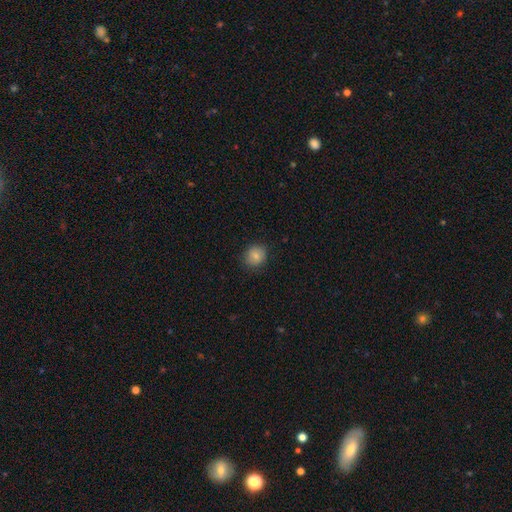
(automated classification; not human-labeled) A smooth galaxy with no disk features (84%) that is round (78%).

Vote fractions:
- Smooth or featured? smooth: 84% / star or artifact: 9% / featured or disk: 7%
- How rounded? round: 78% / in between: 21% / cigar-shaped: 1%
- Merging? none: 86% / minor disturbance: 10% / major disturbance: 3% / merger: 1%